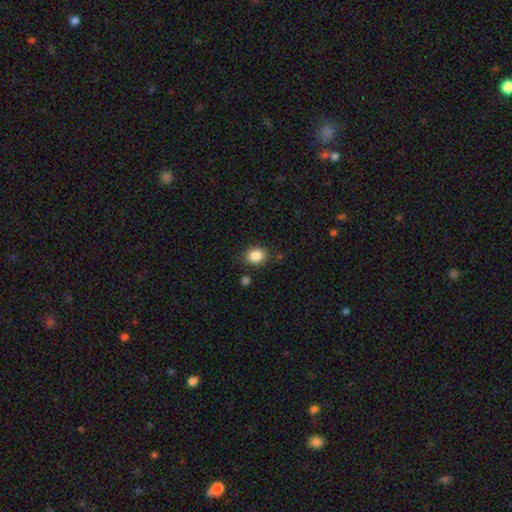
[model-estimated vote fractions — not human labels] smooth_or_featured: smooth (p=0.87) [alt: star or artifact p=0.09]
how_rounded: round (p=0.52) [alt: in between p=0.47]
merging: none (p=0.82) [alt: minor disturbance p=0.12]